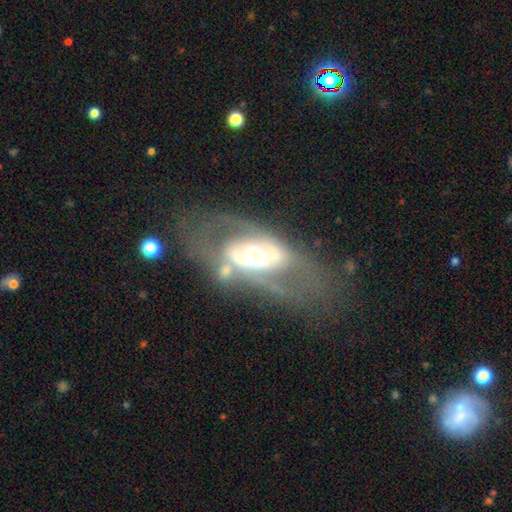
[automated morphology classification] The model was most divided on "spiral arms": yes: 54%, no: 46%. More confident: edge-on disk — no (90%); smooth or featured — featured or disk (76%); bulge size — moderate (58%); merging — none (57%); bar — no (53%).